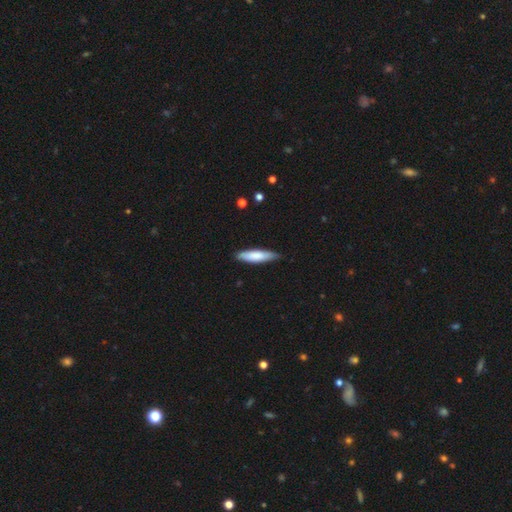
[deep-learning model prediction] Smooth or featured: smooth — 77% (featured or disk — 18%)
How rounded: cigar-shaped — 71% (in between — 27%)
Merging: none — 83% (minor disturbance — 14%)